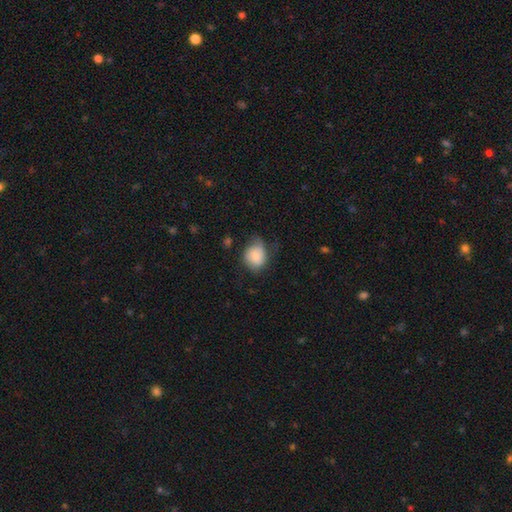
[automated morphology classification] type=smooth (77%); roundness=round (51%); merging=none (45%).